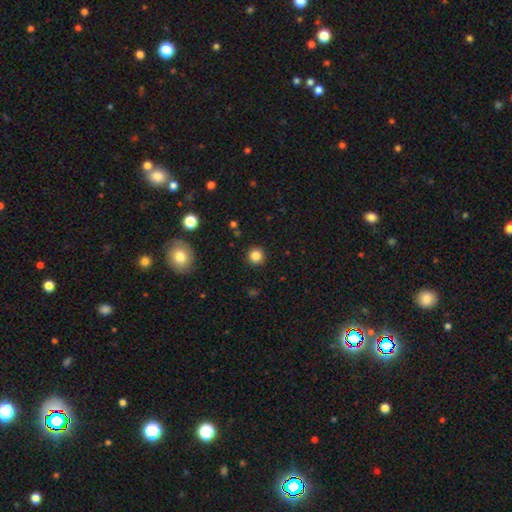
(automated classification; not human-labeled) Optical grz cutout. It shows a smooth galaxy with no disk features (84%) that is round (95%). Merging: none (92%).